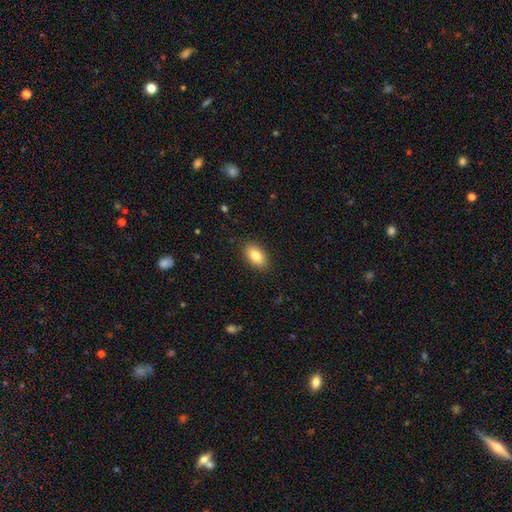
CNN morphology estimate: The model was most divided on "smooth or featured": smooth: 83%, featured or disk: 10%, star or artifact: 7%. More confident: how rounded — in between (91%); merging — none (88%).